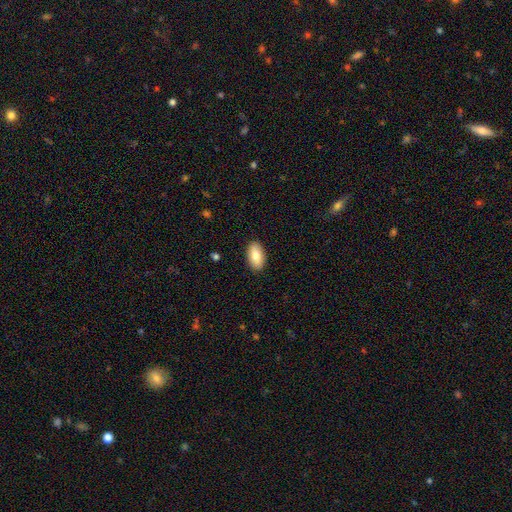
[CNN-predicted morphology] smooth-or-featured: smooth: 80% | featured or disk: 14% | star or artifact: 6%
  how-rounded: in between: 94% | round: 3% | cigar-shaped: 3%
  merging: none: 90% | minor disturbance: 8% | major disturbance: 2% | merger: 1%